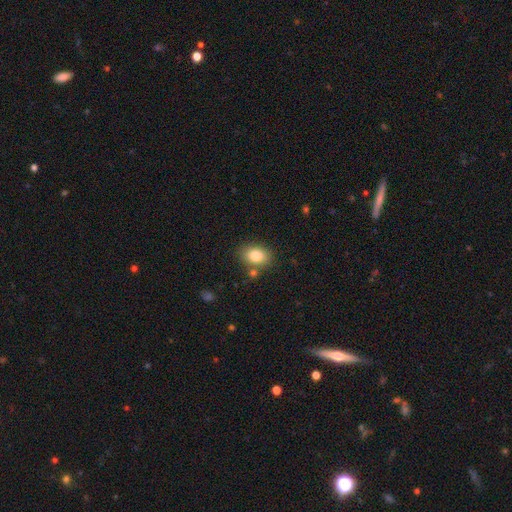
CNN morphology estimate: Q: Smooth or featured?
A: smooth (82%); runner-up: featured or disk (9%)
Q: How rounded?
A: in between (75%); runner-up: round (24%)
Q: Merging?
A: none (78%); runner-up: minor disturbance (12%)